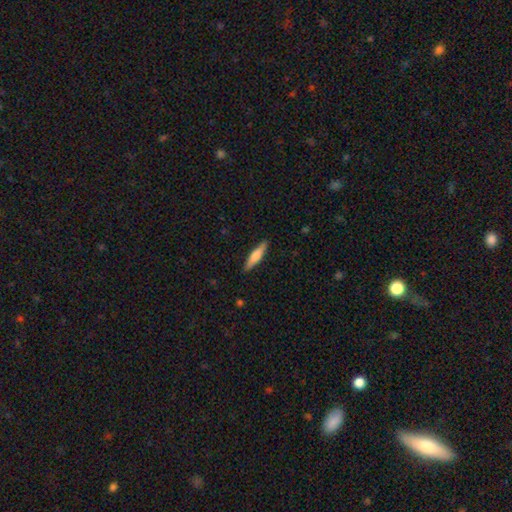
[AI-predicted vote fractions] Smooth or featured? smooth (60%)
How rounded? cigar-shaped (83%)
Merging? none (89%)